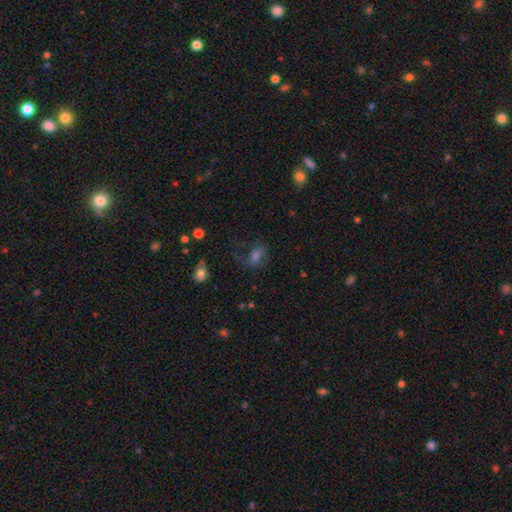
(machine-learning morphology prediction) This is marginally a smooth galaxy (42%). Merging: possibly none (56%).